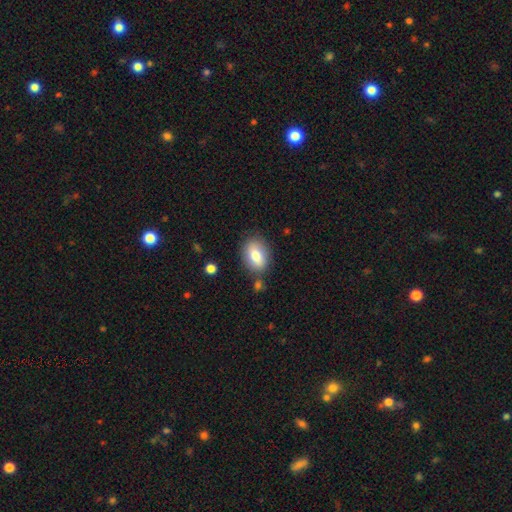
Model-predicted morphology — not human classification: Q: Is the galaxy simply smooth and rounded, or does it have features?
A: smooth — 78%.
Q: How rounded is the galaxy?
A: in between — 82%.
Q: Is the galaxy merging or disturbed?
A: none — 76%.